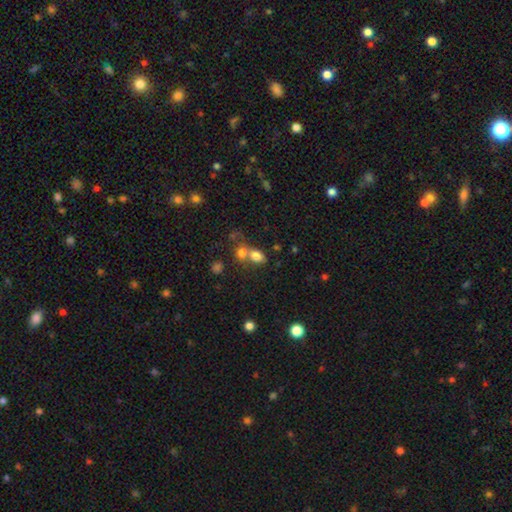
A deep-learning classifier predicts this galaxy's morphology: This is likely a smooth galaxy (78%). How rounded: likely in between (71%). Merging: possibly merger (48%).